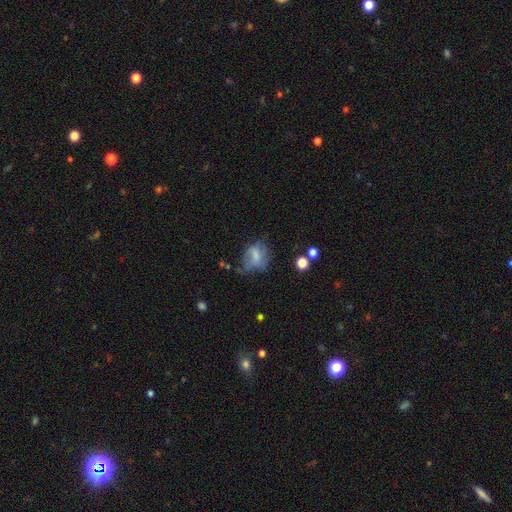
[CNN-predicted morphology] A smooth galaxy with no disk features (62%) that is in between round and cigar-shaped (61%).

Vote fractions:
- Smooth or featured? smooth: 62% / featured or disk: 27% / star or artifact: 12%
- How rounded? in between: 61% / round: 37% / cigar-shaped: 2%
- Merging? none: 39% / minor disturbance: 32% / major disturbance: 25% / merger: 4%